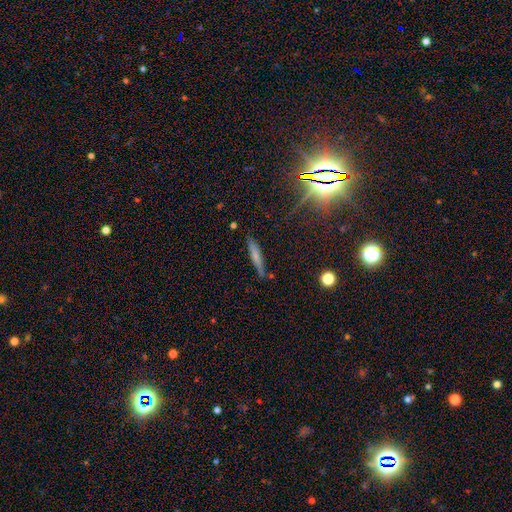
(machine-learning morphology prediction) Smooth or featured? Predicted: smooth (p=0.60). How rounded? Predicted: cigar-shaped (p=0.91). Merging? Predicted: none (p=0.80).